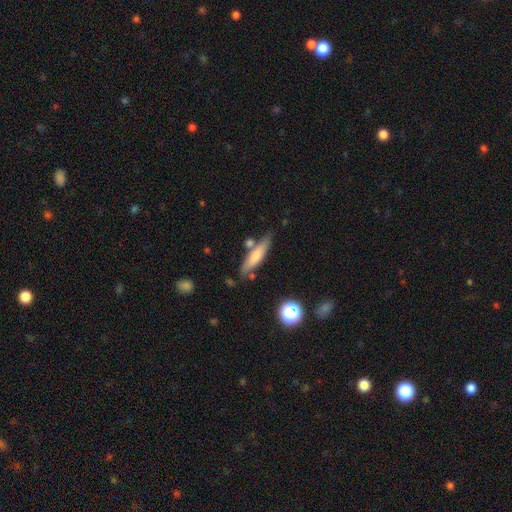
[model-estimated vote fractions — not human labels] This is likely a smooth galaxy (66%). How rounded: likely cigar-shaped (73%). Merging: likely none (70%).